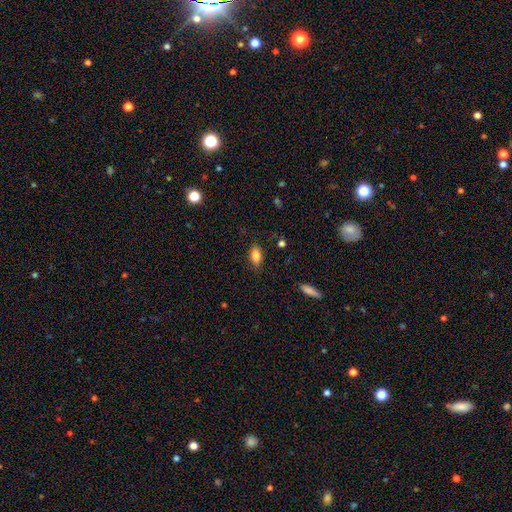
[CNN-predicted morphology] smooth-or-featured: smooth: 82% | featured or disk: 9% | star or artifact: 8%
  how-rounded: in between: 88% | cigar-shaped: 8% | round: 5%
  merging: none: 85% | minor disturbance: 11% | major disturbance: 3% | merger: 1%